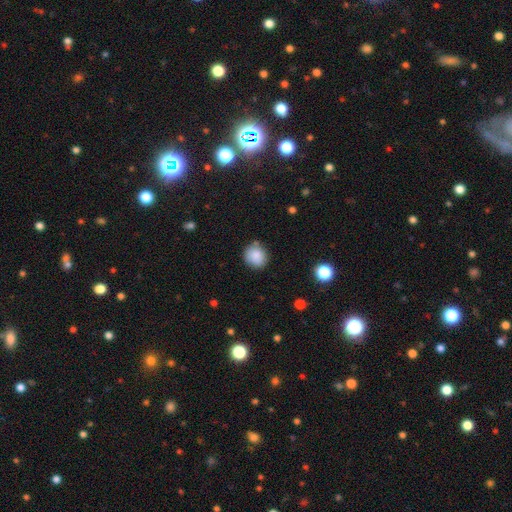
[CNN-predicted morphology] Smooth or featured? Predicted: smooth (p=0.86). How rounded? Predicted: round (p=0.79). Merging? Predicted: none (p=0.76).